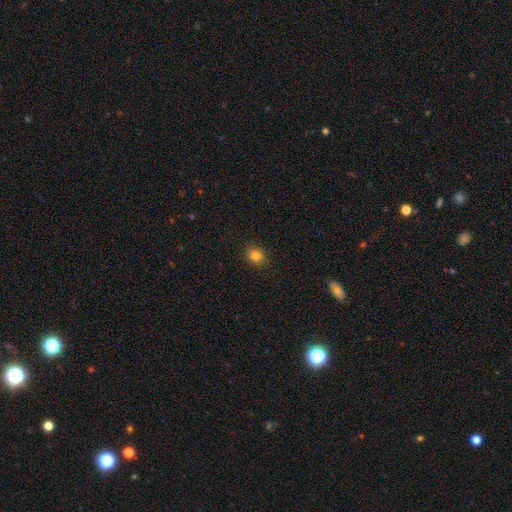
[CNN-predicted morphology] Smooth or featured? smooth (81%)
How rounded? round (70%)
Merging? none (89%)